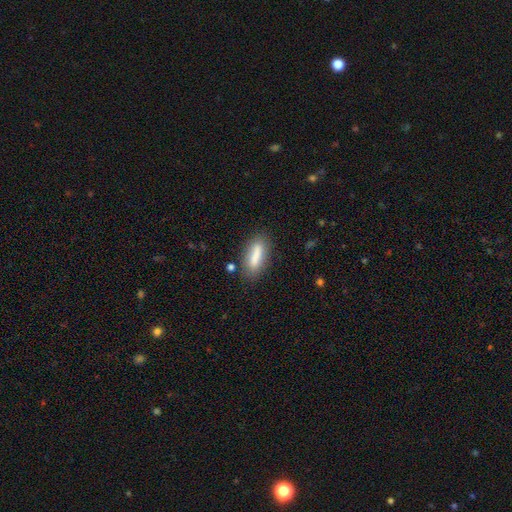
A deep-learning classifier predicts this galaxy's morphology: smooth 80%, featured or disk 13%, star or artifact 8%. Down the decision tree: how rounded — in between (51%); merging — none (76%).